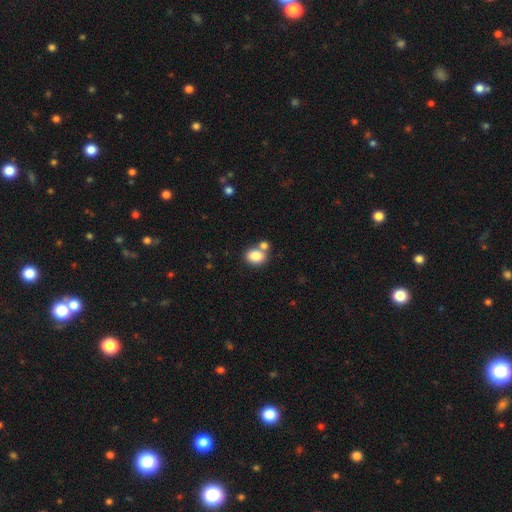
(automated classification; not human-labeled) Morphology: type=smooth (85%); roundness=in between (59%); merging=none (56%).